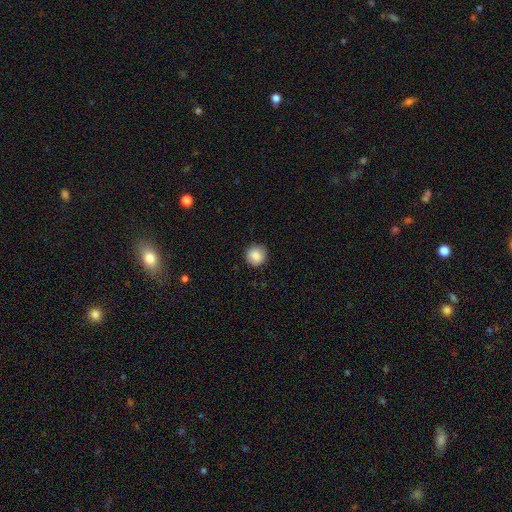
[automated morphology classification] Smooth or featured?
  - smooth: 87% *
  - star or artifact: 8%
  - featured or disk: 5%
How rounded?
  - round: 93% *
  - in between: 6%
  - cigar-shaped: 1%
Merging?
  - none: 90% *
  - minor disturbance: 7%
  - major disturbance: 2%
  - merger: 1%